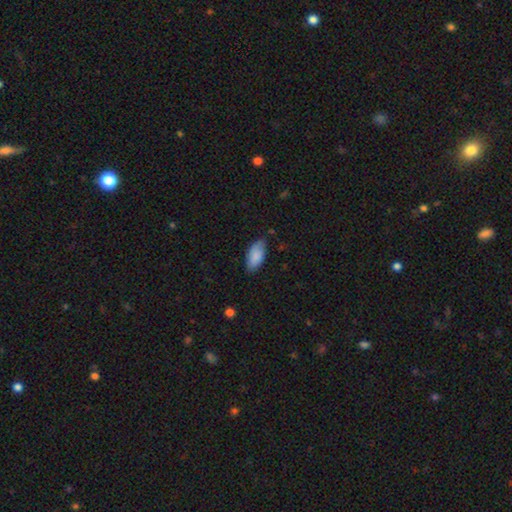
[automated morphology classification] The model was most divided on "merging": none: 76%, minor disturbance: 20%, major disturbance: 3%, merger: 1%. More confident: how rounded — in between (93%); smooth or featured — smooth (87%).